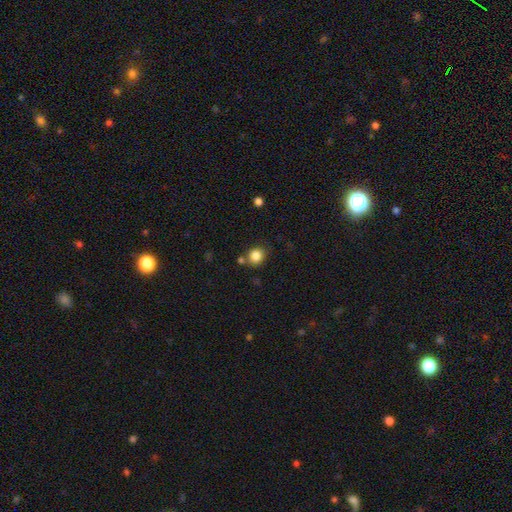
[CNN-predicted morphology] Smooth or featured?
  - smooth: 84% *
  - star or artifact: 11%
  - featured or disk: 5%
How rounded?
  - round: 84% *
  - in between: 15%
  - cigar-shaped: 1%
Merging?
  - none: 74% *
  - minor disturbance: 11%
  - merger: 11%
  - major disturbance: 4%